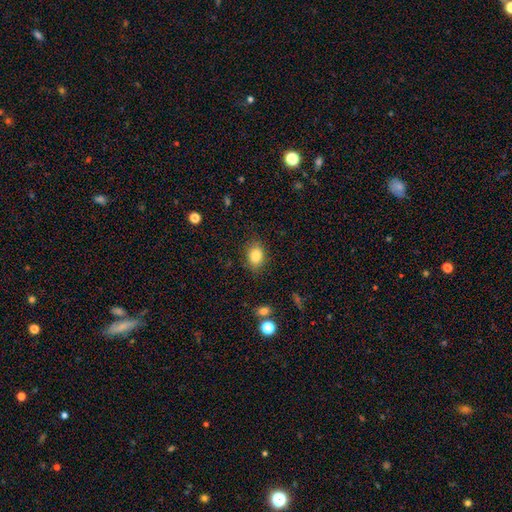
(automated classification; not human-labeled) Smooth or featured?
  - smooth: 84% *
  - star or artifact: 9%
  - featured or disk: 6%
How rounded?
  - in between: 72% *
  - round: 27%
  - cigar-shaped: 1%
Merging?
  - none: 82% *
  - minor disturbance: 13%
  - major disturbance: 4%
  - merger: 1%